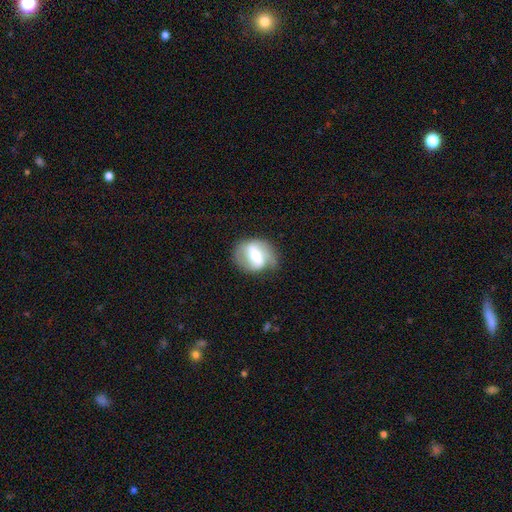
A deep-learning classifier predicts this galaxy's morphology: Overall: featured or disk (68%). Edge-on disk: no (94%). Bar: strong (62%; weak 27%). Spiral arms: yes (67%; no 33%). Bulge size: moderate (53%; small 34%). Merging: none (67%).